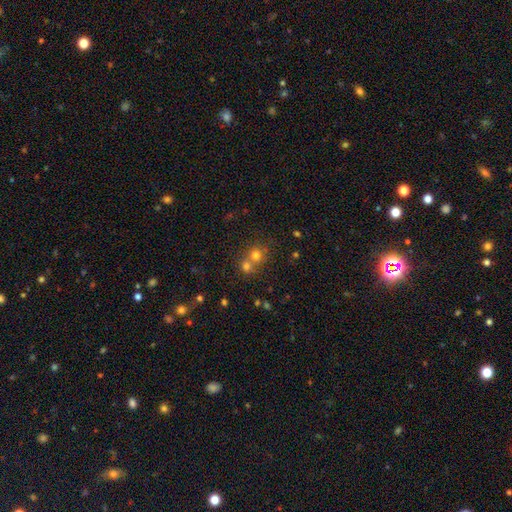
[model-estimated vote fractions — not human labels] smooth_or_featured: smooth (p=0.70) [alt: star or artifact p=0.18]
how_rounded: round (p=0.84) [alt: in between p=0.15]
merging: merger (p=0.49) [alt: none p=0.43]